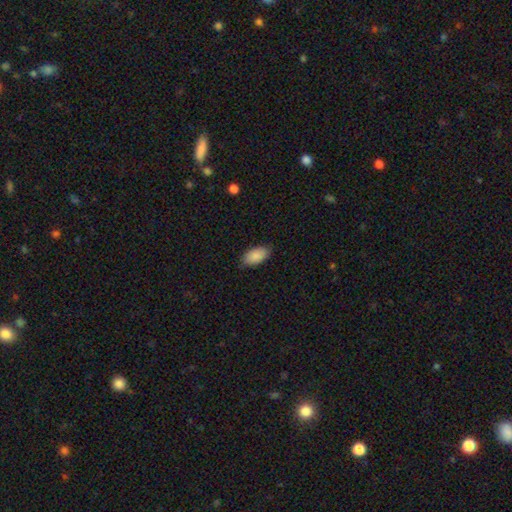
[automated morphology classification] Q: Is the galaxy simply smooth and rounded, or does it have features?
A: smooth — 90%.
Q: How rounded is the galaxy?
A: in between — 94%.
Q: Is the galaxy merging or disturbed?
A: none — 84%.